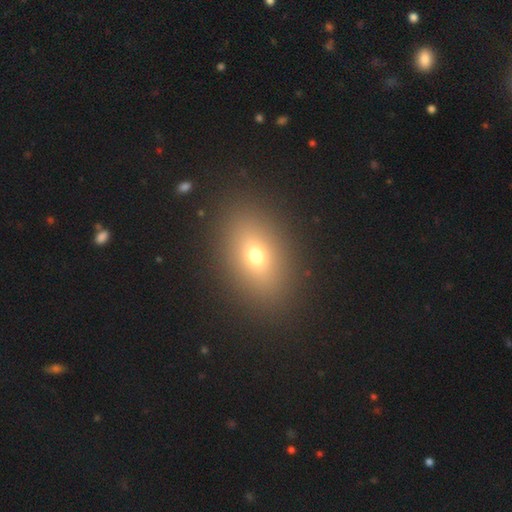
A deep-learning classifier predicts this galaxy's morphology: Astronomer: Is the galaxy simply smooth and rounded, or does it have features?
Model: smooth — 68%.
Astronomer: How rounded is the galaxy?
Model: in between — 78%.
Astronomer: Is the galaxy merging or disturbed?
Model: none — 88%.